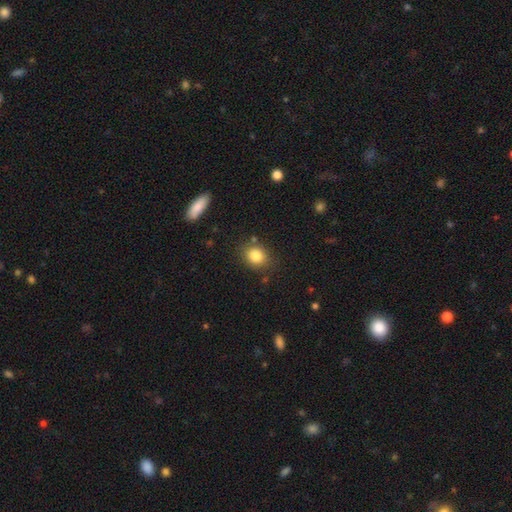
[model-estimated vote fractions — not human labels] smooth_or_featured: smooth (p=0.84) [alt: star or artifact p=0.10]
how_rounded: round (p=0.63) [alt: in between p=0.36]
merging: none (p=0.80) [alt: minor disturbance p=0.12]